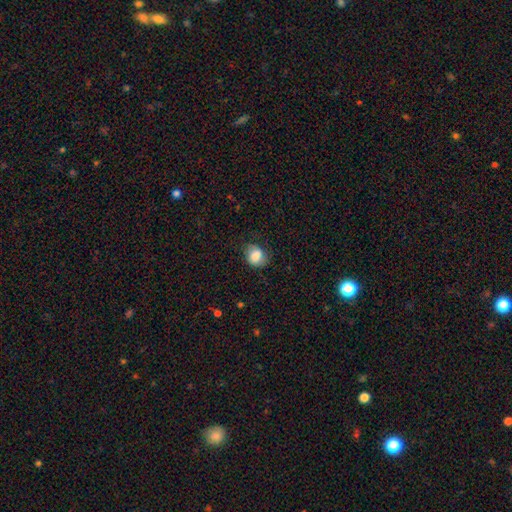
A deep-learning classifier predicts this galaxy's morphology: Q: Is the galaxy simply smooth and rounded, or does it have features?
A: smooth — 82%.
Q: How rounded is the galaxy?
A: round — 61%.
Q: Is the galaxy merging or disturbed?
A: none — 67%.